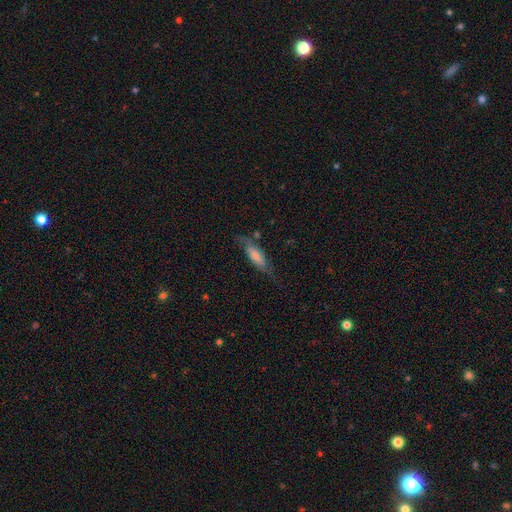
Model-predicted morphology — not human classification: Smooth or featured? Predicted: featured or disk (p=0.48). Merging? Predicted: none (p=0.62).